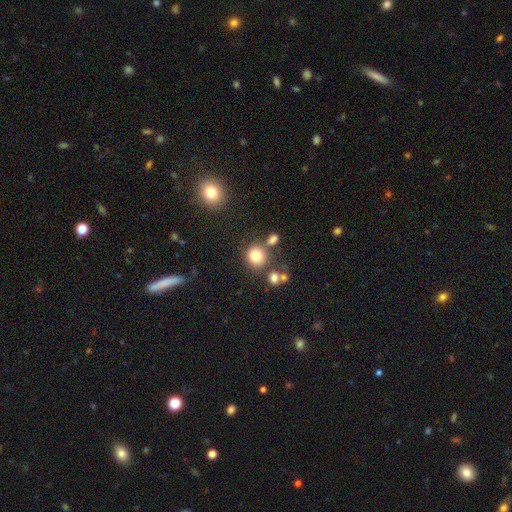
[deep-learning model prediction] The model was most divided on "merging": none: 67%, merger: 17%, minor disturbance: 11%, major disturbance: 5%. More confident: how rounded — round (84%); smooth or featured — smooth (80%).